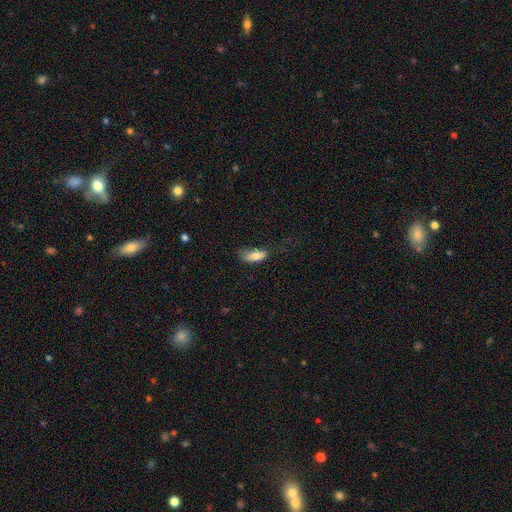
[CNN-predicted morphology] The model was most divided on "merging": none: 46%, minor disturbance: 34%, major disturbance: 18%, merger: 2%. More confident: how rounded — in between (82%); smooth or featured — smooth (81%).